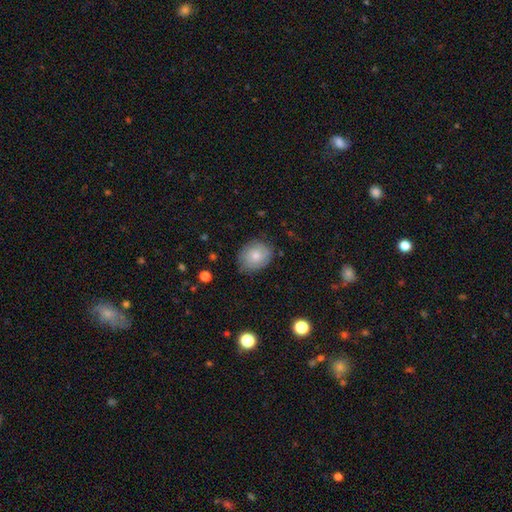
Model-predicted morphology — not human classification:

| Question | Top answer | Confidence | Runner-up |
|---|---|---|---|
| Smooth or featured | smooth | 66% | featured or disk (26%) |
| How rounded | round | 57% | in between (42%) |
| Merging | none | 73% | minor disturbance (21%) |